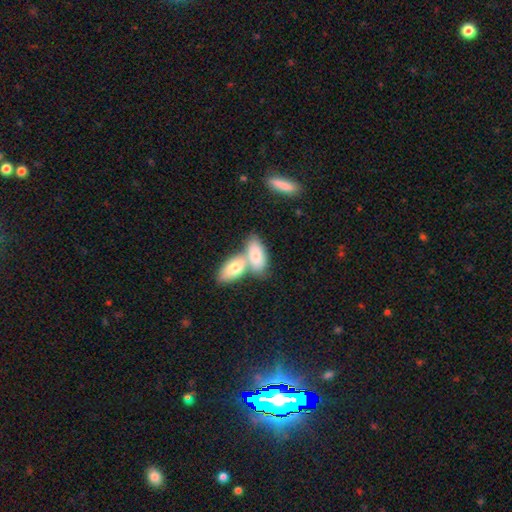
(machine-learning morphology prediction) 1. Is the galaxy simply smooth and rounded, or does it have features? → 78% smooth, 17% featured or disk, 6% star or artifact.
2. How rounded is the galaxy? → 87% in between, 10% cigar-shaped, 3% round.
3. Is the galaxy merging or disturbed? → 58% merger, 31% none, 8% minor disturbance, 3% major disturbance.